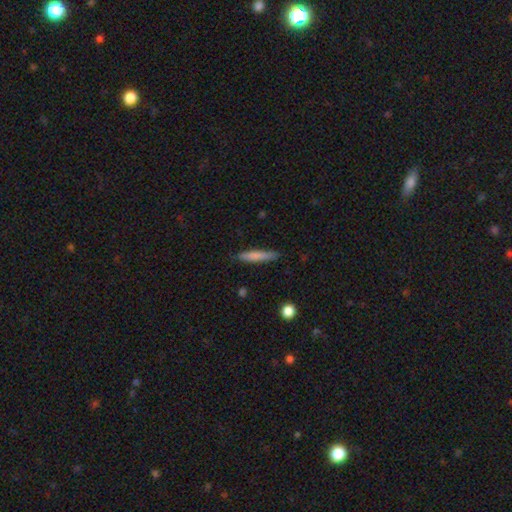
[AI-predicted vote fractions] Overall: smooth (75%). How rounded: cigar-shaped (91%). Merging: none (84%).